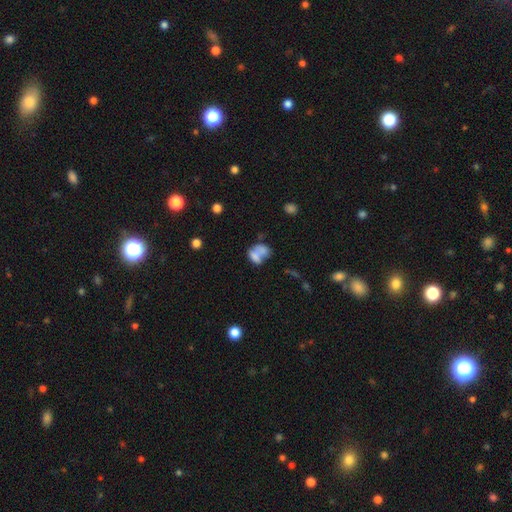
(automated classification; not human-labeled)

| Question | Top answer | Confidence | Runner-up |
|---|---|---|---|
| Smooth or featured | smooth | 63% | featured or disk (26%) |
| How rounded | in between | 70% | round (28%) |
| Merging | merger | 51% | none (22%) |